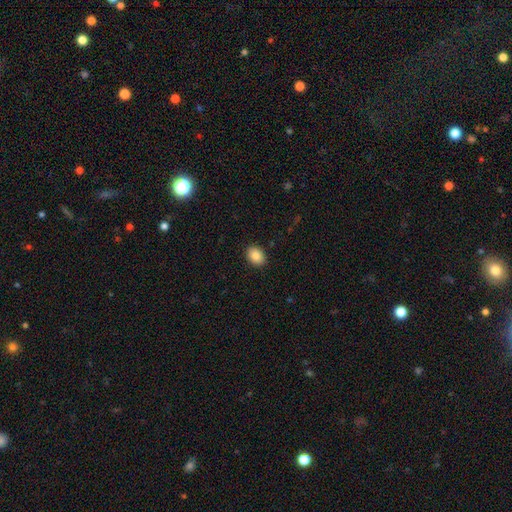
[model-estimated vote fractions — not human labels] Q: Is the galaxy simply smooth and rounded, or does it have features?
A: smooth — 86%.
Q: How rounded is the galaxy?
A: in between — 67%.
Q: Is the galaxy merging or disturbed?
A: none — 90%.